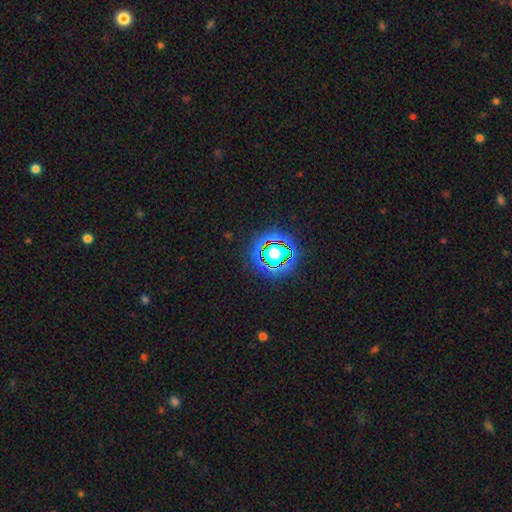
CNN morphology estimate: star or artifact 81%, smooth 12%, featured or disk 7%.